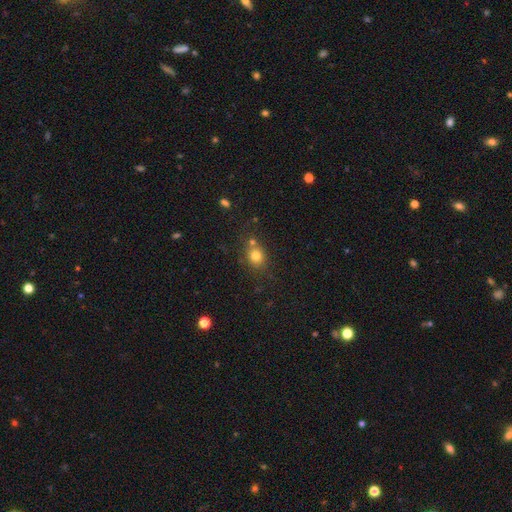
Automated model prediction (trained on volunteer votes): smooth-or-featured: smooth: 77% | star or artifact: 14% | featured or disk: 9%
  how-rounded: round: 70% | in between: 29% | cigar-shaped: 1%
  merging: none: 65% | merger: 19% | minor disturbance: 12% | major disturbance: 4%